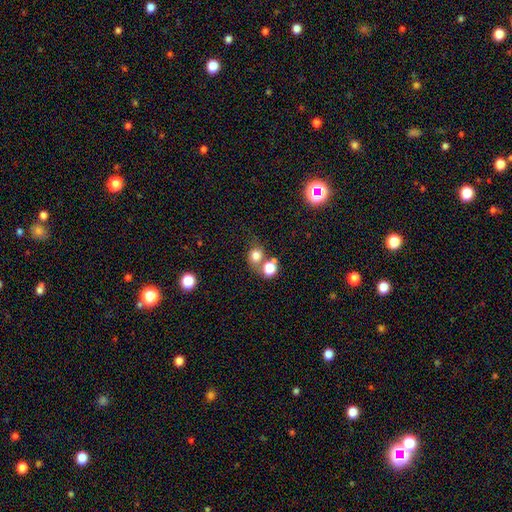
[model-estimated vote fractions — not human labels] smooth 76%, star or artifact 14%, featured or disk 10%. Down the decision tree: how rounded — round (74%); merging — none (51%).